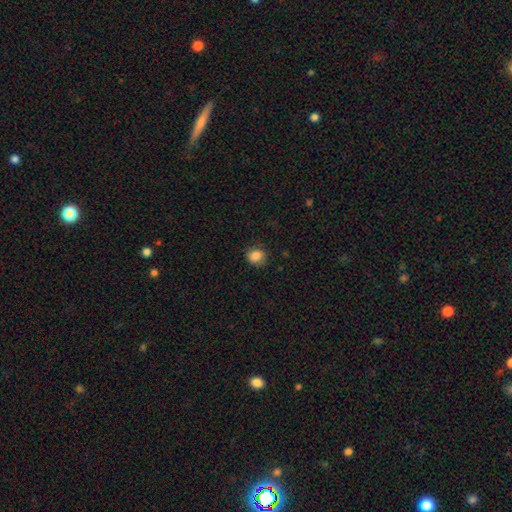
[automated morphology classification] Smooth or featured? Predicted: smooth (p=0.85). How rounded? Predicted: round (p=0.68). Merging? Predicted: none (p=0.79).